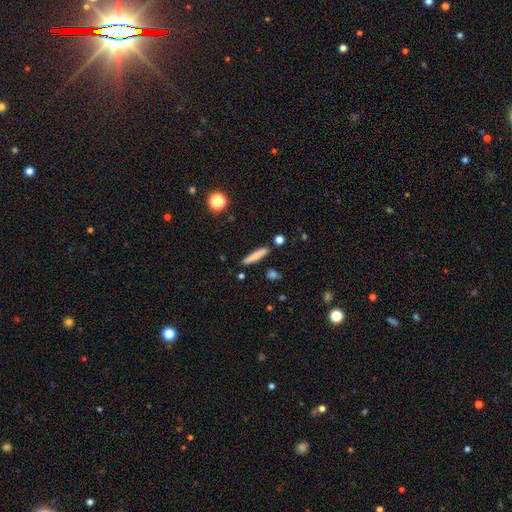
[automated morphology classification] smooth_or_featured: smooth (p=0.76) [alt: featured or disk p=0.17]
how_rounded: cigar-shaped (p=0.91) [alt: in between p=0.07]
merging: none (p=0.87) [alt: minor disturbance p=0.09]